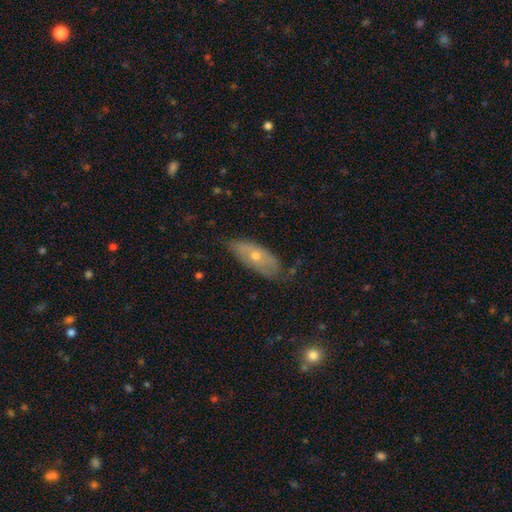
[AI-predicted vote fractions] Overall: featured or disk (48%; smooth 45%). Merging: none (62%; minor disturbance 29%).